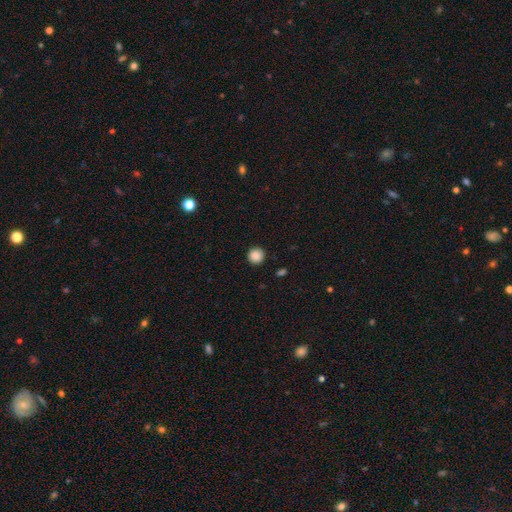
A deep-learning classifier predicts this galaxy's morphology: Smooth or featured: smooth — 88% (star or artifact — 9%)
How rounded: round — 95% (in between — 4%)
Merging: none — 92% (minor disturbance — 5%)